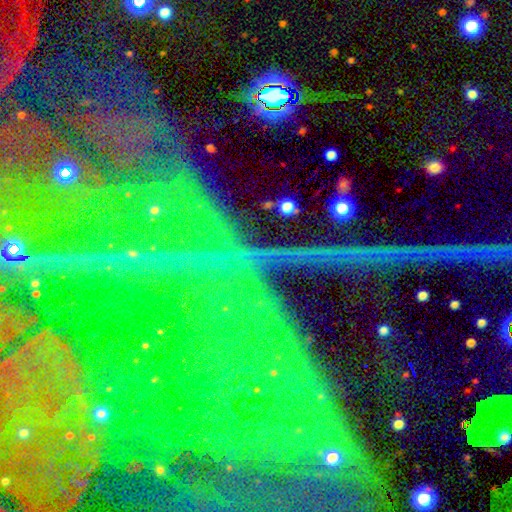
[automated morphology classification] Overall: star or artifact (82%).